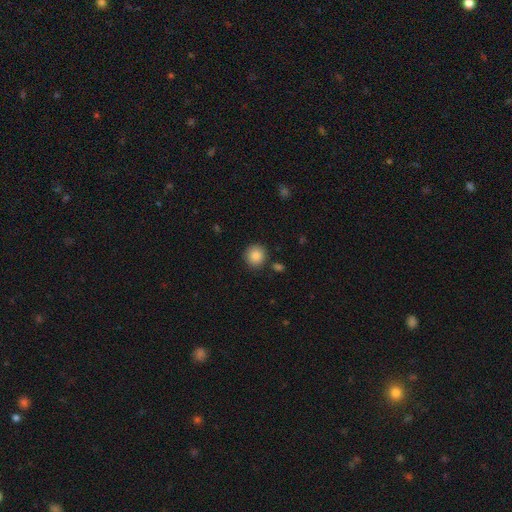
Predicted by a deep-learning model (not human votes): Overall: smooth (87%). How rounded: round (90%). Merging: none (87%).